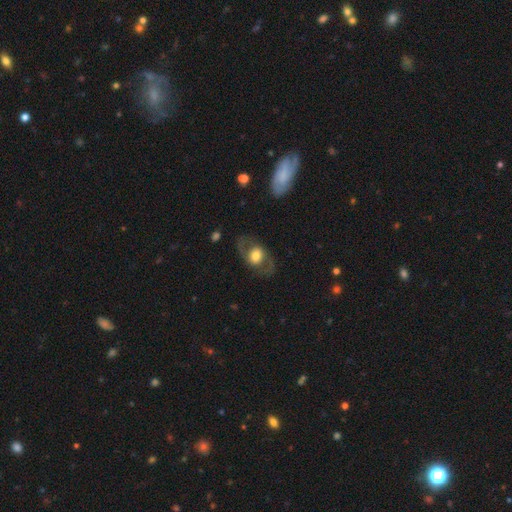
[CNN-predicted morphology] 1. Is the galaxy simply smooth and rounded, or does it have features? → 60% featured or disk, 33% smooth, 7% star or artifact.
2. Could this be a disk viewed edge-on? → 92% no, 8% yes.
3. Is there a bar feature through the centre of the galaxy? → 65% no, 26% weak, 9% strong.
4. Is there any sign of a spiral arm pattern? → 67% yes, 33% no.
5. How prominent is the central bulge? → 42% large, 41% moderate, 8% small, 7% dominant, 2% none.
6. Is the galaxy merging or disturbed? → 74% none, 13% minor disturbance, 11% major disturbance, 1% merger.